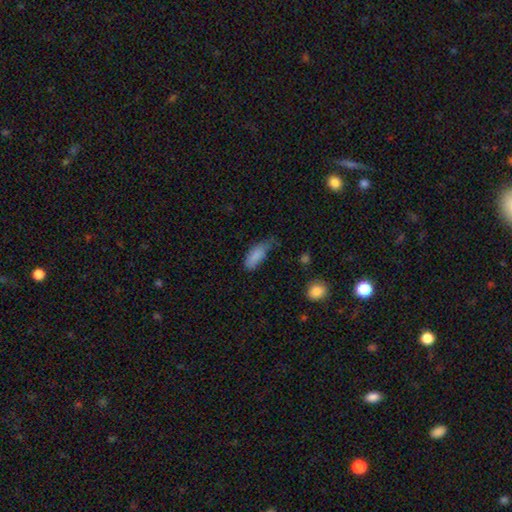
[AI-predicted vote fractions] This is clearly a smooth galaxy (84%). How rounded: likely in between (79%). Merging: possibly minor disturbance (45%).